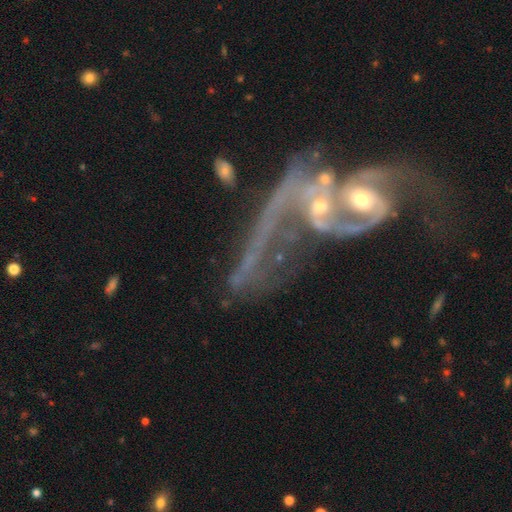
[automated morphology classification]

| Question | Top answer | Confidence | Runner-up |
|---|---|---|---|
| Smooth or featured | featured or disk | 81% | smooth (11%) |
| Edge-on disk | no | 93% | yes (7%) |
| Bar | no | 59% | weak (27%) |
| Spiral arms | yes | 79% | no (21%) |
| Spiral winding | loose | 54% | medium (31%) |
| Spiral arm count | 2 | 61% | 1 (16%) |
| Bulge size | moderate | 47% | small (41%) |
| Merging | merger | 67% | major disturbance (18%) |